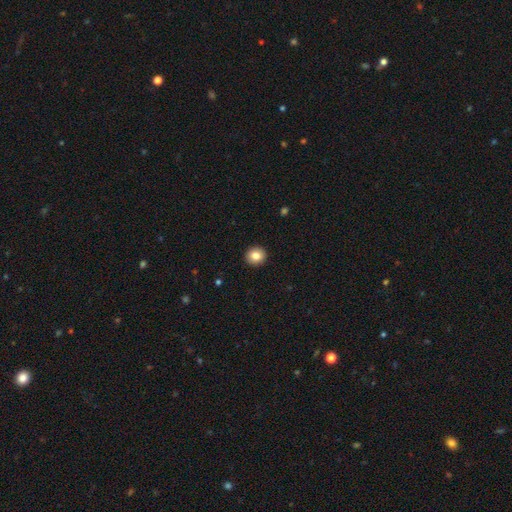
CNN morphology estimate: Overall: smooth (85%). How rounded: round (86%). Merging: none (92%).